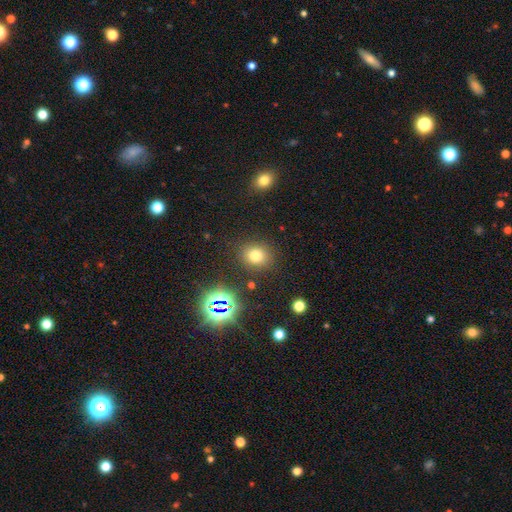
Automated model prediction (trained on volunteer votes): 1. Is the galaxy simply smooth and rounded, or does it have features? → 71% smooth, 21% star or artifact, 8% featured or disk.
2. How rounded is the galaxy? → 76% round, 23% in between, 1% cigar-shaped.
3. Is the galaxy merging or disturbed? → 87% none, 8% minor disturbance, 3% major disturbance, 2% merger.